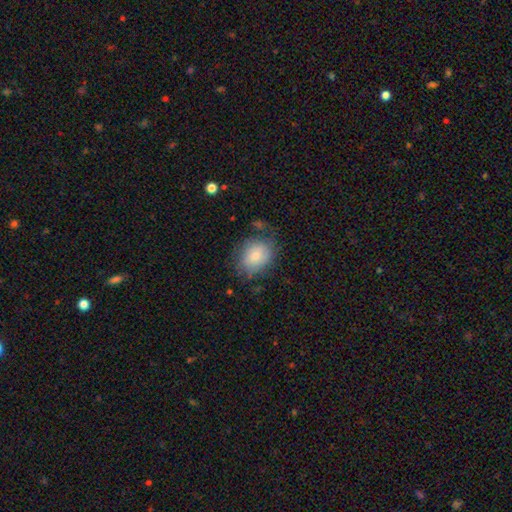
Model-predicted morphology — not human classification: A smooth galaxy with no disk features (76%) that is in between round and cigar-shaped (54%).

Vote fractions:
- Smooth or featured? smooth: 76% / featured or disk: 16% / star or artifact: 8%
- How rounded? in between: 54% / round: 45% / cigar-shaped: 1%
- Merging? none: 61% / minor disturbance: 25% / major disturbance: 11% / merger: 3%